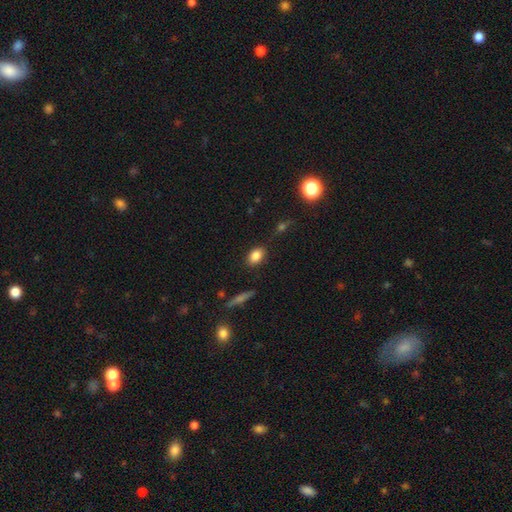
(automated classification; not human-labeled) A smooth galaxy with no disk features (84%) that is in between round and cigar-shaped (77%). Merging: none (83%).